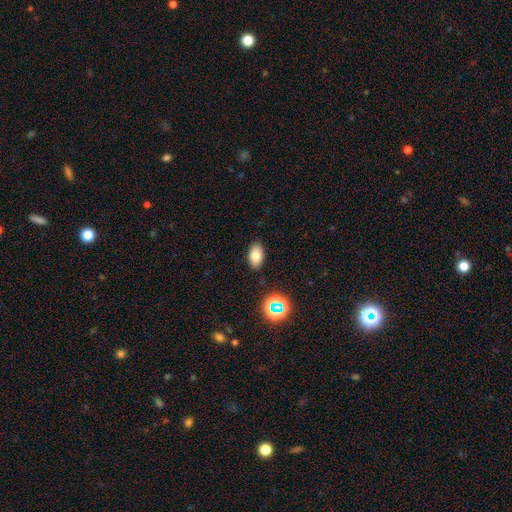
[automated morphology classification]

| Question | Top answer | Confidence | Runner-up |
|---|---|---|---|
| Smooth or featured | smooth | 76% | star or artifact (12%) |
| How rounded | in between | 90% | round (8%) |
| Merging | none | 86% | minor disturbance (10%) |